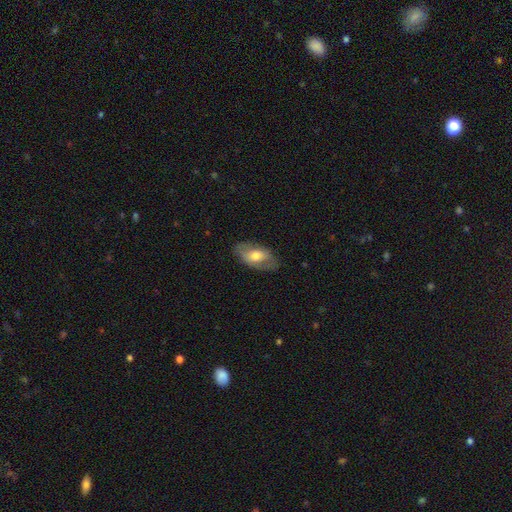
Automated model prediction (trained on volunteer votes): Smooth or featured?
  - smooth: 53% *
  - featured or disk: 41%
  - star or artifact: 6%
How rounded?
  - in between: 91% *
  - round: 6%
  - cigar-shaped: 3%
Merging?
  - none: 76% *
  - minor disturbance: 17%
  - major disturbance: 6%
  - merger: 1%